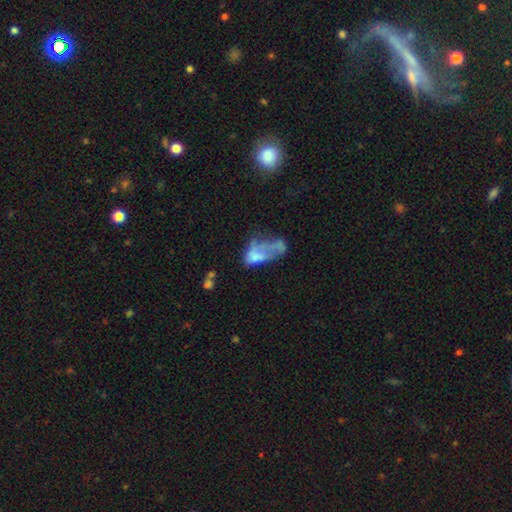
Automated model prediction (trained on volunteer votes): Smooth or featured? smooth (49%)
Merging? major disturbance (43%)